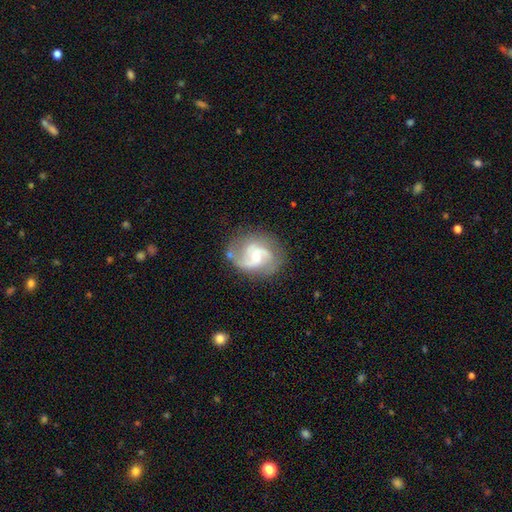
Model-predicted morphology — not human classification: This appears to be a featured or disk galaxy (82%) with a weak bar (51%), 2 (76%) medium (50%) spiral arms (95%) and a small central bulge (46%). Merging: none (63%).